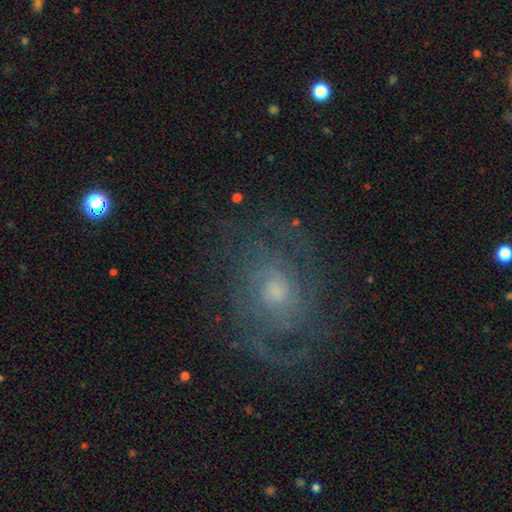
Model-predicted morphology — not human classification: This appears to be a featured or disk galaxy (77%) with no bar (76%), tight (50%) spiral arms (90%) and a moderate central bulge (50%). Merging: none (75%).